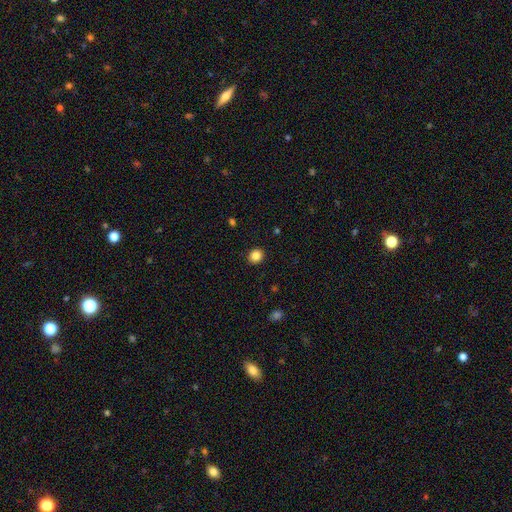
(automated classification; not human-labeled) This appears to be a smooth galaxy with no disk features (85%) that is round (83%). Merging: none (92%).